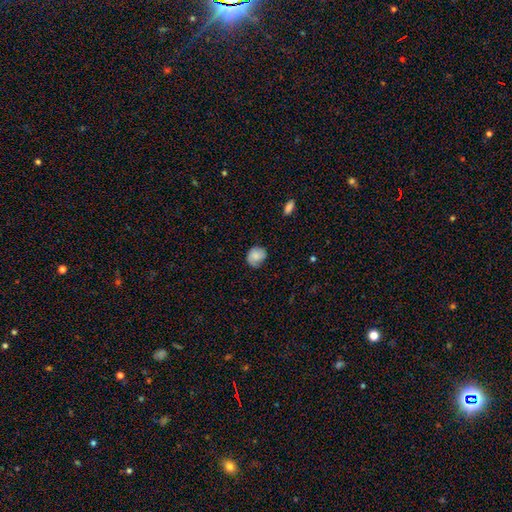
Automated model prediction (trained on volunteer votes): Overall: smooth (75%). How rounded: round (67%; in between 32%). Merging: none (67%).